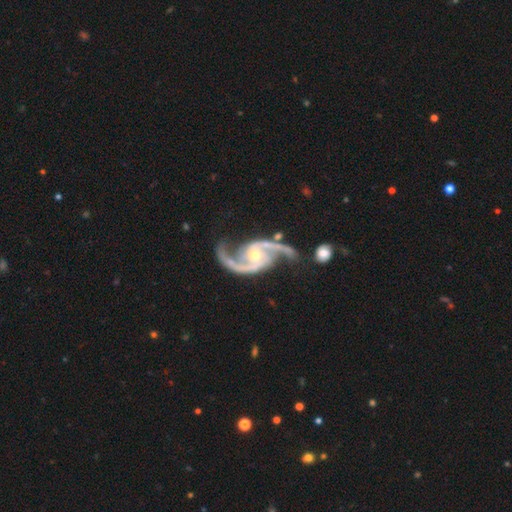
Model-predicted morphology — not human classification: A featured or disk galaxy (94%) with no bar (49%), 2 (94%) medium (50%) spiral arms (99%) and a moderate central bulge (49%). Merging: none (69%).